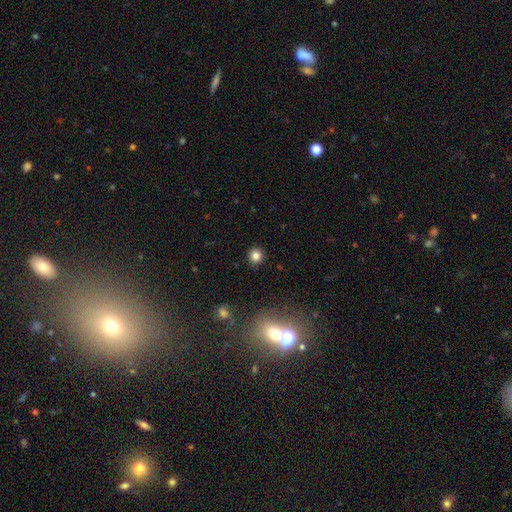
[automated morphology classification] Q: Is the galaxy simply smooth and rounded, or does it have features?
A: smooth — 82%.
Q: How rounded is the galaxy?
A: round — 91%.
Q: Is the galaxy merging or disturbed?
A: none — 91%.